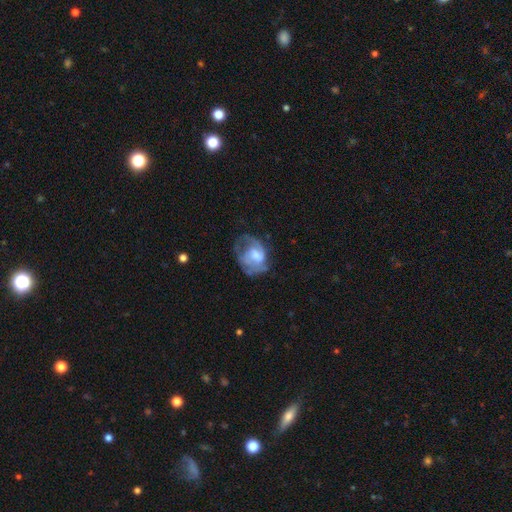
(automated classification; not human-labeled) smooth-or-featured: featured or disk: 59% | smooth: 33% | star or artifact: 8%
  disk-edge-on: no: 97% | yes: 3%
    bar: no: 55% | weak: 37% | strong: 8%
    has-spiral-arms: yes: 61% | no: 39%
    bulge-size: moderate: 38% | small: 21% | large: 19% | none: 19% | dominant: 2%
  merging: none: 38% | major disturbance: 34% | minor disturbance: 26% | merger: 3%